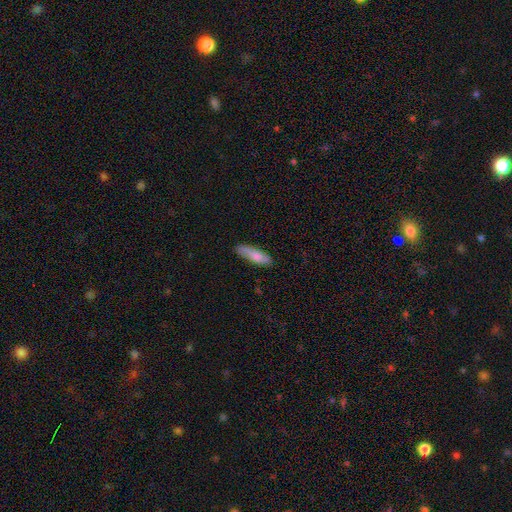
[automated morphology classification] Smooth or featured? smooth (79%)
How rounded? cigar-shaped (58%)
Merging? none (80%)